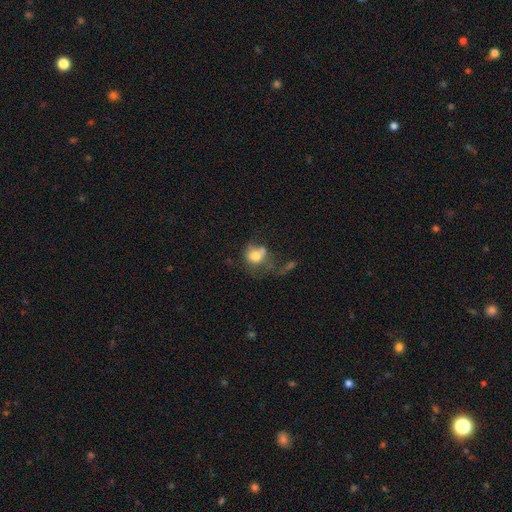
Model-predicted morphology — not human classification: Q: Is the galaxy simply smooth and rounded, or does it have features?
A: smooth — 67%.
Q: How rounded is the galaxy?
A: round — 61%.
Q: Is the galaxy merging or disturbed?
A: major disturbance — 36%.